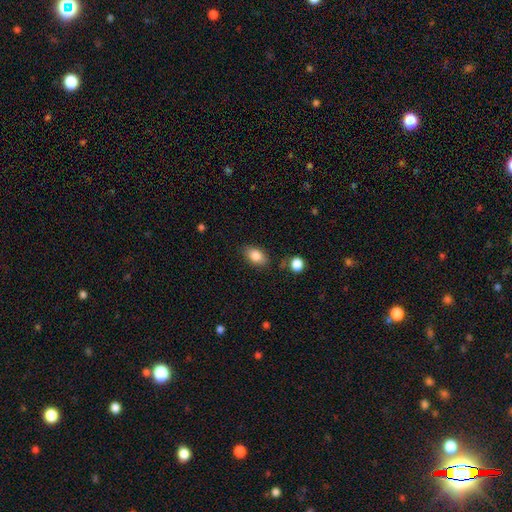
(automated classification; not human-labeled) This appears to be a smooth galaxy with no disk features (84%) that is in between round and cigar-shaped (88%). Merging: none (80%).